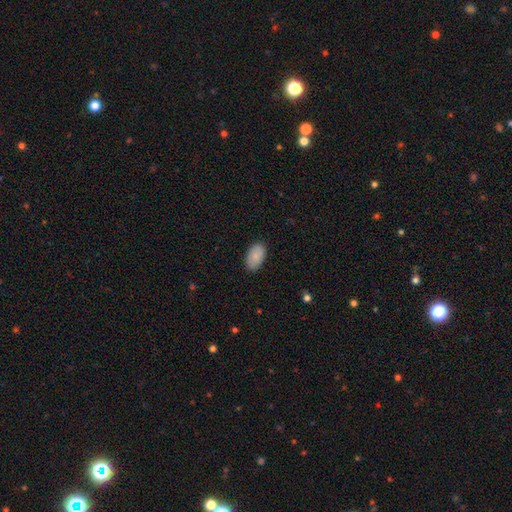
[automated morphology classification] Smooth or featured?
  - smooth: 87% *
  - star or artifact: 6%
  - featured or disk: 6%
How rounded?
  - in between: 95% *
  - round: 4%
  - cigar-shaped: 1%
Merging?
  - none: 86% *
  - minor disturbance: 11%
  - major disturbance: 2%
  - merger: 1%